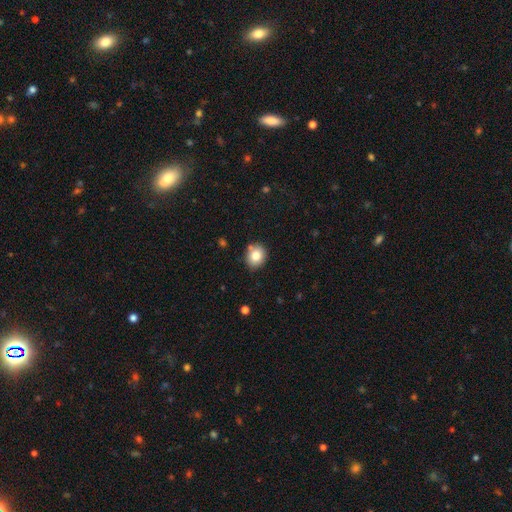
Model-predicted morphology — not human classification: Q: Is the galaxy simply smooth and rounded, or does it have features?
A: smooth — 81%.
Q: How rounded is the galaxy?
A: round — 68%.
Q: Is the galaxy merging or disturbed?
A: none — 81%.